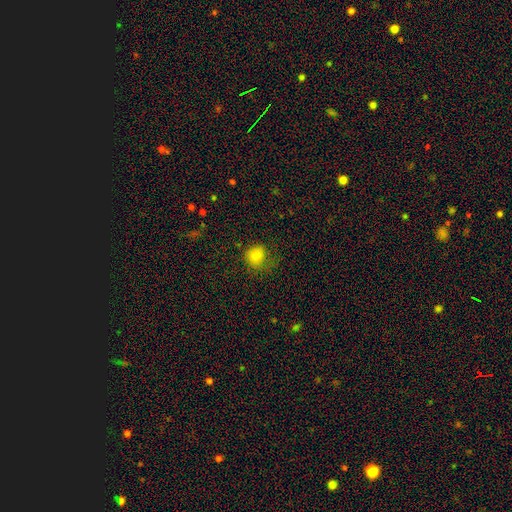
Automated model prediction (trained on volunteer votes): Q: Smooth or featured?
A: smooth (81%); runner-up: star or artifact (12%)
Q: How rounded?
A: round (78%); runner-up: in between (21%)
Q: Merging?
A: none (62%); runner-up: minor disturbance (24%)